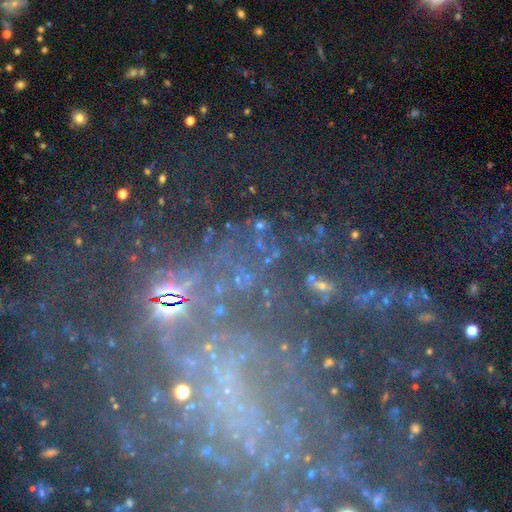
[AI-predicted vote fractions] This is likely a featured or disk galaxy (62%). It is clearly not viewed edge-on (97%). Bar: likely no (63%). Spiral arm pattern: likely yes (78%). Central bulge: marginally none (44%). Merging: possibly none (59%).